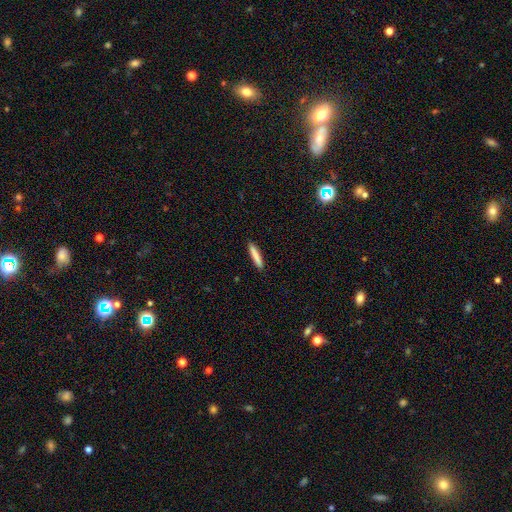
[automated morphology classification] Smooth or featured?
  - smooth: 83% *
  - featured or disk: 11%
  - star or artifact: 6%
How rounded?
  - cigar-shaped: 93% *
  - in between: 6%
  - round: 1%
Merging?
  - none: 92% *
  - minor disturbance: 6%
  - major disturbance: 1%
  - merger: 1%